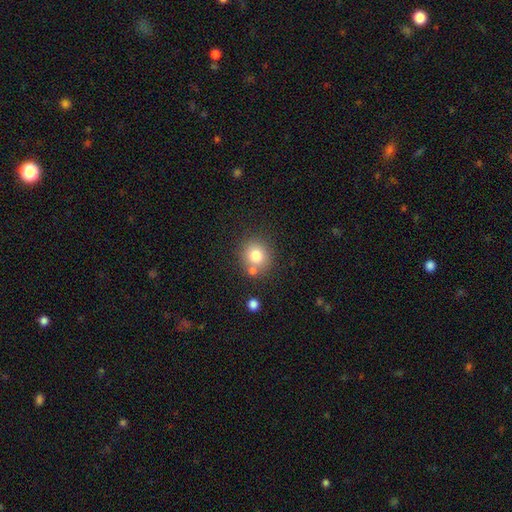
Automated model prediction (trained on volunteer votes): smooth_or_featured: smooth (p=0.79) [alt: star or artifact p=0.11]
how_rounded: round (p=0.84) [alt: in between p=0.15]
merging: none (p=0.67) [alt: merger p=0.19]